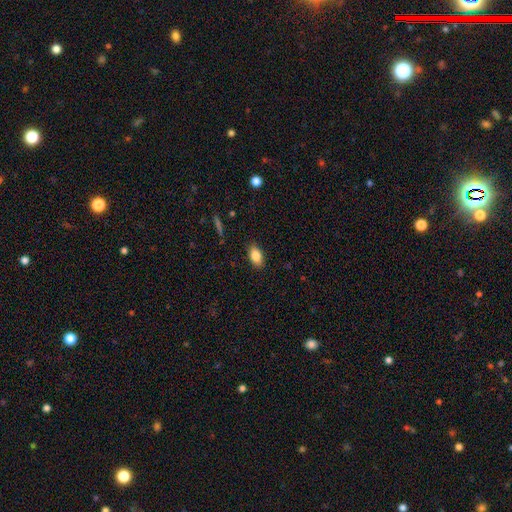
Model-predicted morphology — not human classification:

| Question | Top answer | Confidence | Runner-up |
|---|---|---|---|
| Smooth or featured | smooth | 84% | featured or disk (8%) |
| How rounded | in between | 90% | round (6%) |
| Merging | none | 87% | minor disturbance (10%) |